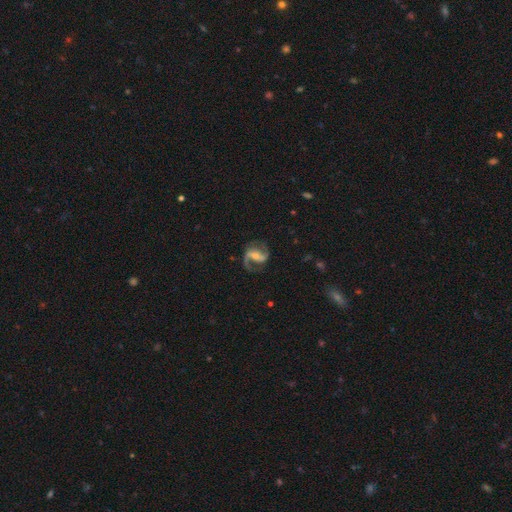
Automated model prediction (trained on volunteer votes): Morphology: type=featured or disk (89%); edge-on=no (98%); bar=strong (43%); spiral arms=yes (97%); winding=medium (53%); arm count=2 (89%); bulge=small (47%); merging=none (75%).